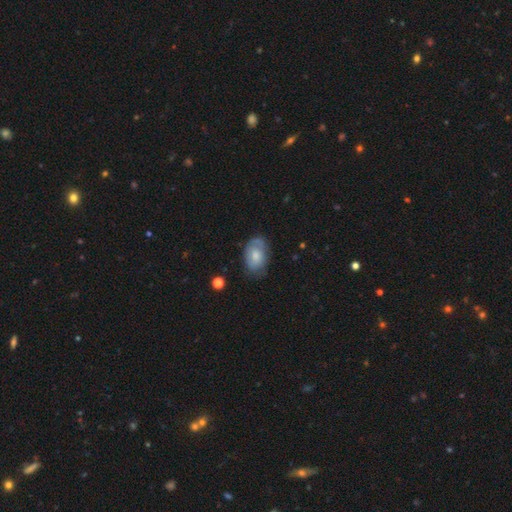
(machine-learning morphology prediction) Smooth or featured? smooth (60%)
How rounded? in between (88%)
Merging? none (62%)